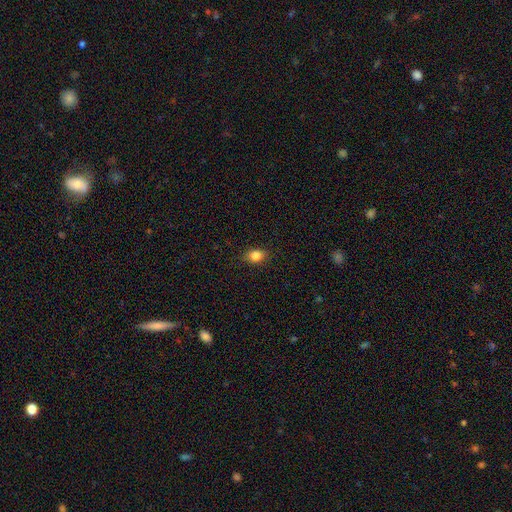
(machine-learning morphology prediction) Smooth or featured? smooth (82%)
How rounded? in between (60%)
Merging? none (85%)